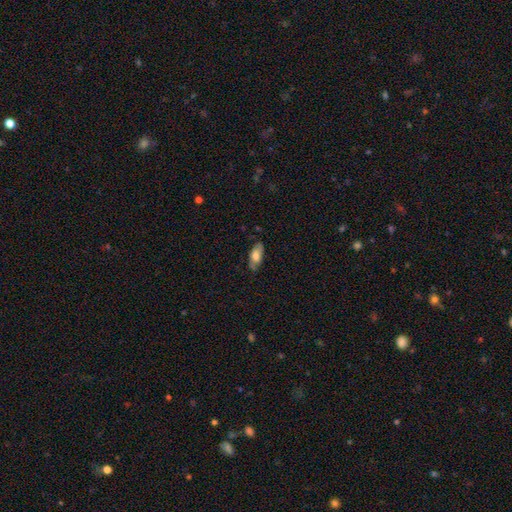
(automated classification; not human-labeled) smooth-or-featured: smooth: 64% | featured or disk: 29% | star or artifact: 7%
  how-rounded: in between: 85% | cigar-shaped: 12% | round: 3%
  merging: none: 74% | minor disturbance: 21% | major disturbance: 4% | merger: 1%